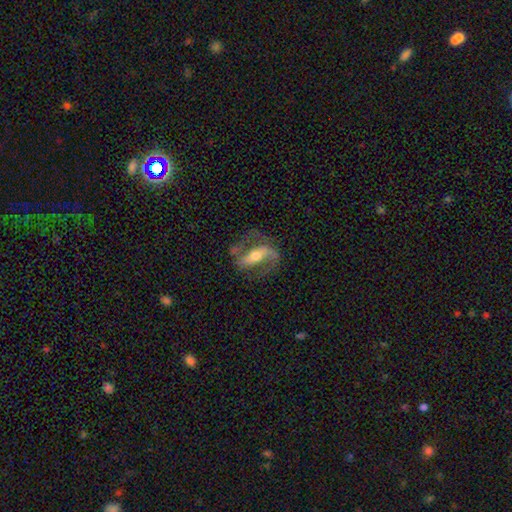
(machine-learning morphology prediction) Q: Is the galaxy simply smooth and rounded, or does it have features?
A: featured or disk — 81%.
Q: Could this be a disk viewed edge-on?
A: no — 88%.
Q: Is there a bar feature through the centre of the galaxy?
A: strong — 59%.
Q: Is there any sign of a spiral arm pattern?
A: yes — 88%.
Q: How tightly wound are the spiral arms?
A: medium — 47%.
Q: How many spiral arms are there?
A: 2 — 88%.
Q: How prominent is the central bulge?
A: moderate — 61%.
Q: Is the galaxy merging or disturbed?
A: none — 69%.